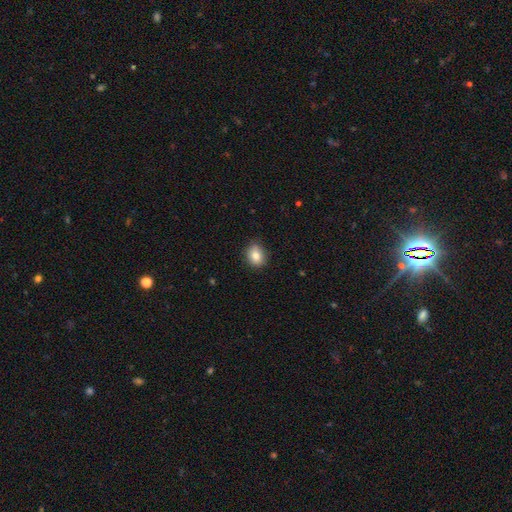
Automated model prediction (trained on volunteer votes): This is clearly a smooth galaxy (81%). How rounded: possibly round (56%). Merging: clearly none (83%).